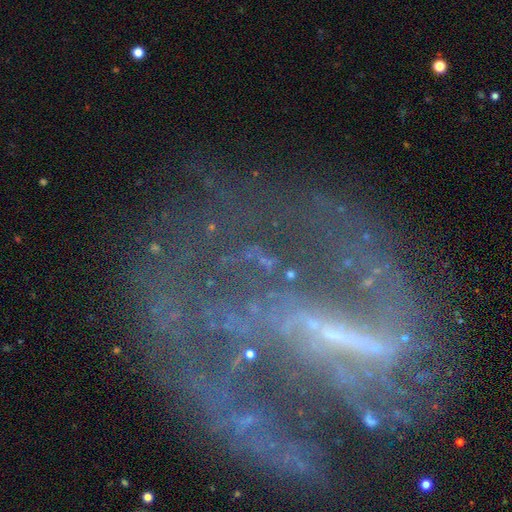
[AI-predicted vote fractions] A featured or disk galaxy (61%) with a strong bar (44%), spiral arms (68%) and a small central bulge (48%).

Vote fractions:
- Smooth or featured? featured or disk: 61% / star or artifact: 29% / smooth: 10%
- Edge-on disk? no: 90% / yes: 10%
- Bar? strong: 44% / no: 29% / weak: 27%
- Spiral arms? yes: 68% / no: 32%
- Bulge size? small: 48% / none: 29% / moderate: 17% / large: 4% / dominant: 3%
- Merging? none: 54% / major disturbance: 22% / minor disturbance: 17% / merger: 8%